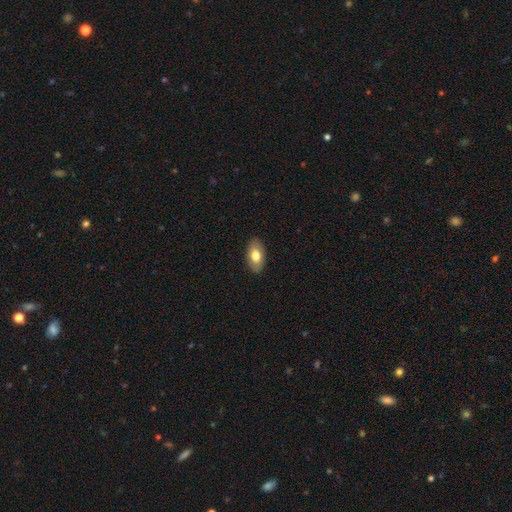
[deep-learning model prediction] The model was most divided on "smooth or featured": smooth: 73%, featured or disk: 21%, star or artifact: 6%. More confident: how rounded — in between (93%); merging — none (88%).